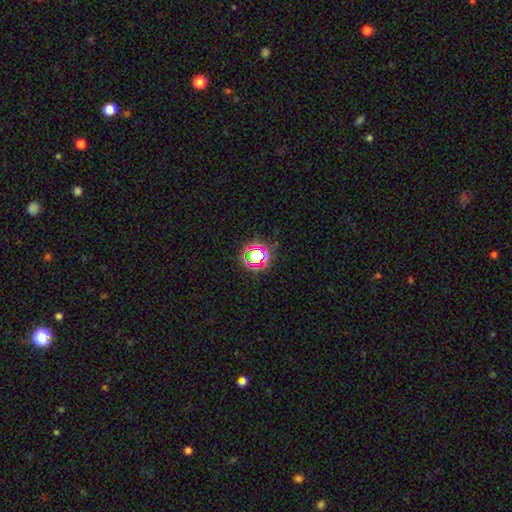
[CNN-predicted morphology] Smooth or featured? Predicted: star or artifact (p=0.58).